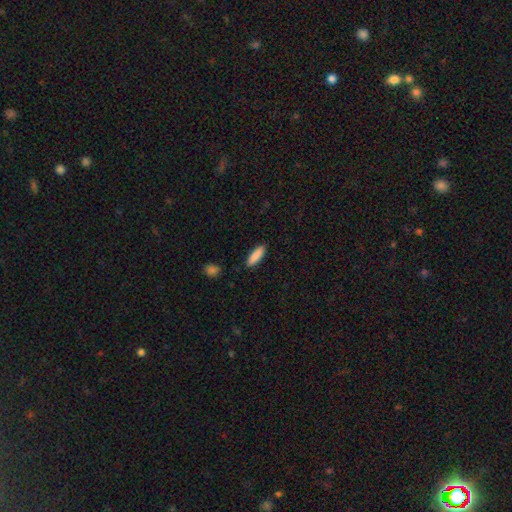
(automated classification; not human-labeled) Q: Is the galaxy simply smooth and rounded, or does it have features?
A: smooth — 88%.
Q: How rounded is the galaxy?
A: cigar-shaped — 55%.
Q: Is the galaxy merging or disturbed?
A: none — 89%.